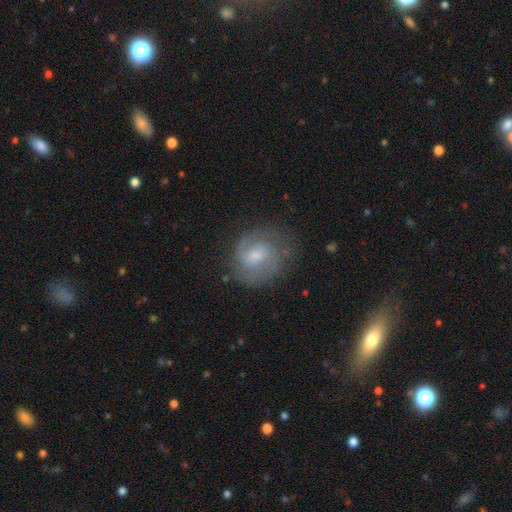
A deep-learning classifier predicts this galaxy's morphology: A featured or disk galaxy (72%) with a weak bar (53%), 2 (63%) medium (44%) spiral arms (91%) and a small central bulge (49%).

Vote fractions:
- Smooth or featured? featured or disk: 72% / smooth: 21% / star or artifact: 7%
- Edge-on disk? no: 98% / yes: 2%
- Bar? weak: 53% / no: 38% / strong: 9%
- Spiral arms? yes: 91% / no: 9%
- Spiral winding? medium: 44% / tight: 41% / loose: 15%
- Spiral arm count? 2: 63% / can't tell: 17% / 1: 11% / 3: 5% / 4: 2% / more than 4: 2%
- Bulge size? small: 49% / moderate: 40% / none: 6% / large: 4% / dominant: 1%
- Merging? none: 70% / minor disturbance: 18% / major disturbance: 10% / merger: 2%